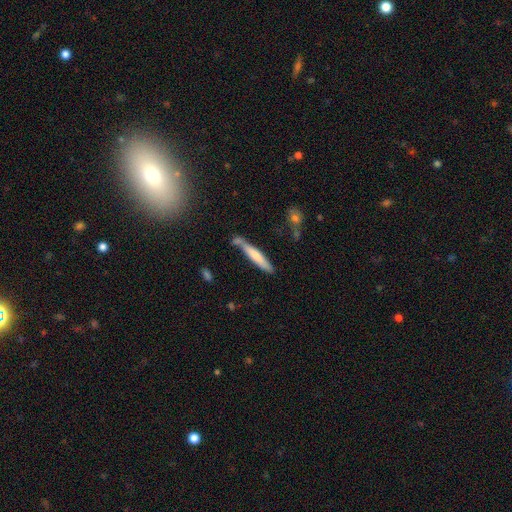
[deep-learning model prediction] This is likely a smooth galaxy (63%). How rounded: clearly cigar-shaped (91%). Merging: likely none (62%).